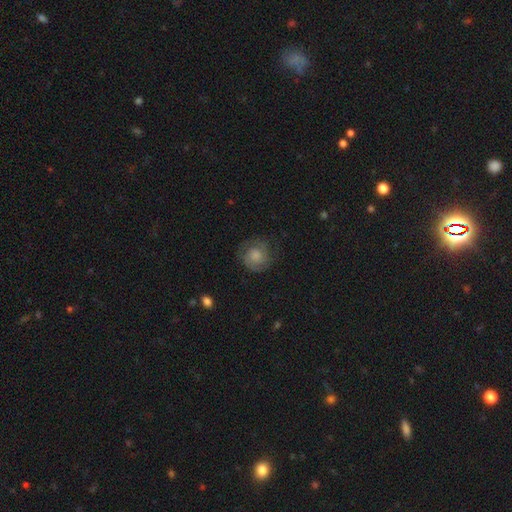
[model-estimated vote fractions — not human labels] featured or disk 52%, smooth 40%, star or artifact 8%. Down the decision tree: edge-on disk — no (98%); bar — no (75%); spiral arms — yes (89%); bulge size — moderate (32%); merging — none (74%).